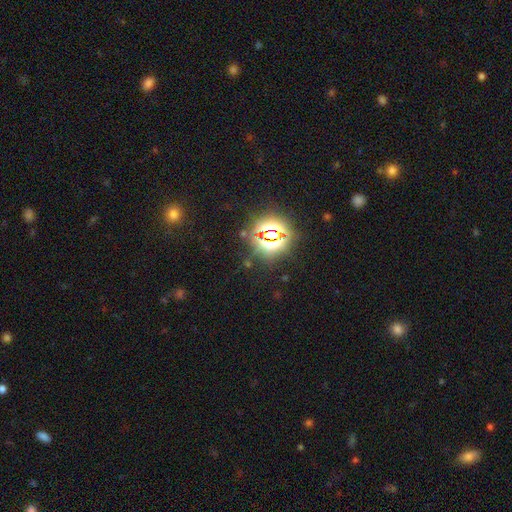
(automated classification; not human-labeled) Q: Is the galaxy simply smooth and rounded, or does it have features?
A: star or artifact — 77%.